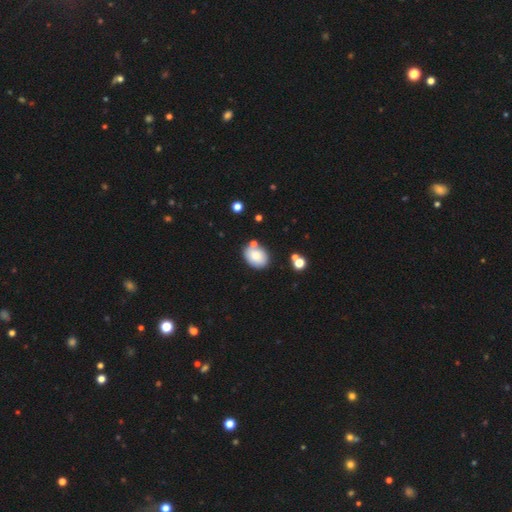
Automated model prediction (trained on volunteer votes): smooth-or-featured: smooth: 82% | featured or disk: 10% | star or artifact: 8%
  how-rounded: in between: 74% | round: 25% | cigar-shaped: 1%
  merging: none: 72% | minor disturbance: 14% | merger: 10% | major disturbance: 4%